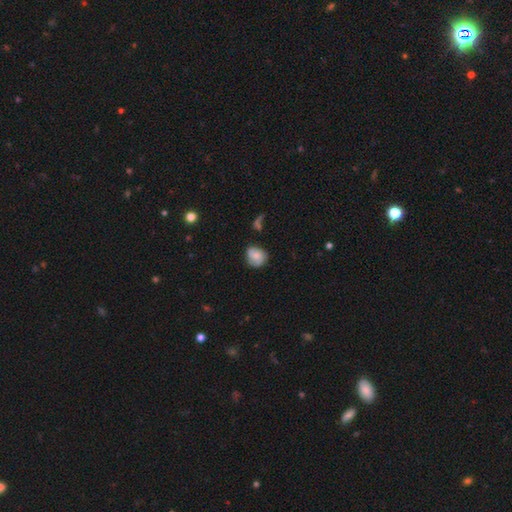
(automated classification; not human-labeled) Smooth or featured: smooth — 51% (featured or disk — 41%)
How rounded: round — 65% (in between — 34%)
Merging: none — 62% (minor disturbance — 27%)